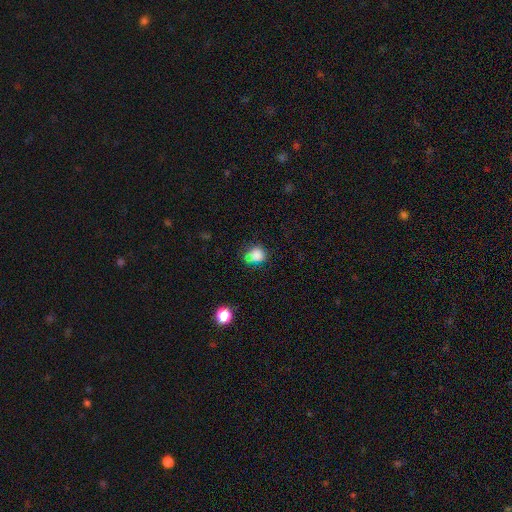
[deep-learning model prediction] Smooth or featured?
  - smooth: 81% *
  - star or artifact: 12%
  - featured or disk: 7%
How rounded?
  - in between: 52% *
  - round: 47%
  - cigar-shaped: 1%
Merging?
  - none: 50% *
  - minor disturbance: 34%
  - major disturbance: 11%
  - merger: 5%